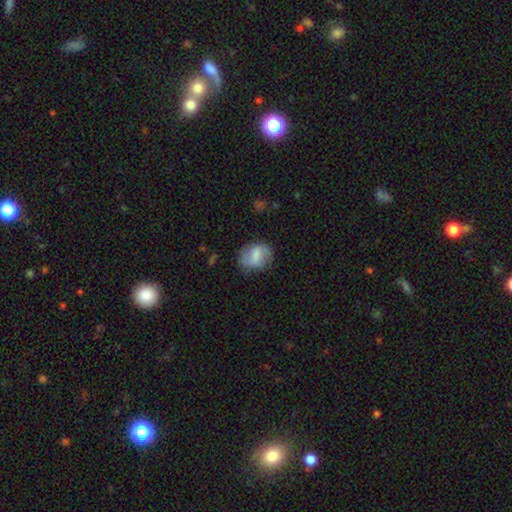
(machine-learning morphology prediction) This appears to be a smooth galaxy with no disk features (59%) that is in between round and cigar-shaped (60%). Merging: none (71%).